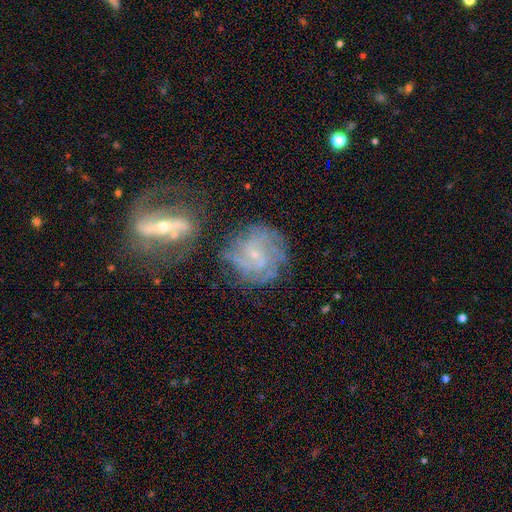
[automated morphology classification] This appears to be a featured or disk galaxy (79%) with no bar (59%), tight (57%) spiral arms (92%) and a small central bulge (81%). Merging: none (59%).